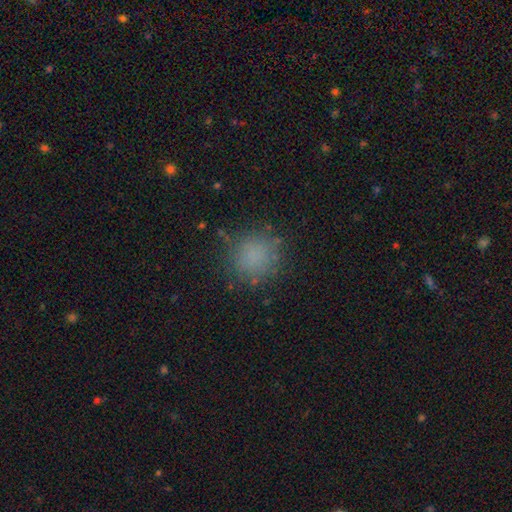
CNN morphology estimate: Smooth or featured?
  - smooth: 79% *
  - star or artifact: 15%
  - featured or disk: 6%
How rounded?
  - round: 88% *
  - in between: 11%
  - cigar-shaped: 1%
Merging?
  - none: 82% *
  - minor disturbance: 12%
  - major disturbance: 4%
  - merger: 2%